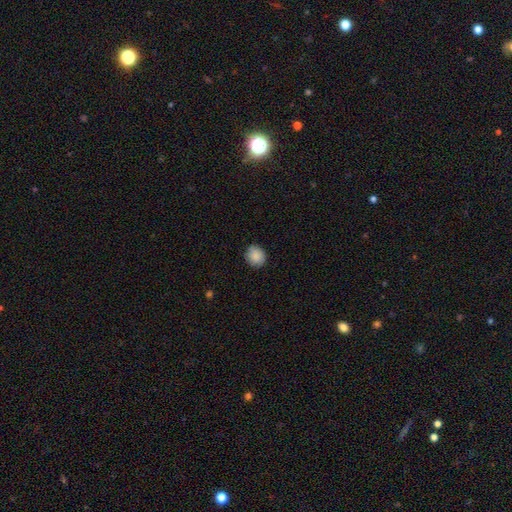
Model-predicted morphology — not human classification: This appears to be a smooth galaxy with no disk features (88%) that is round (79%). Merging: none (86%).